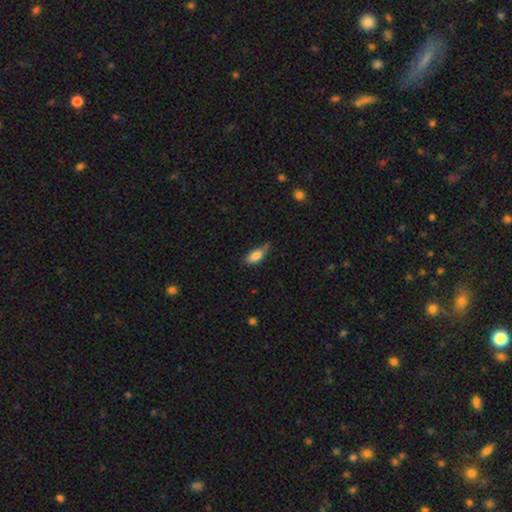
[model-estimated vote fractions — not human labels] A smooth galaxy with no disk features (84%) that is in between round and cigar-shaped (87%). Merging: none (50%).